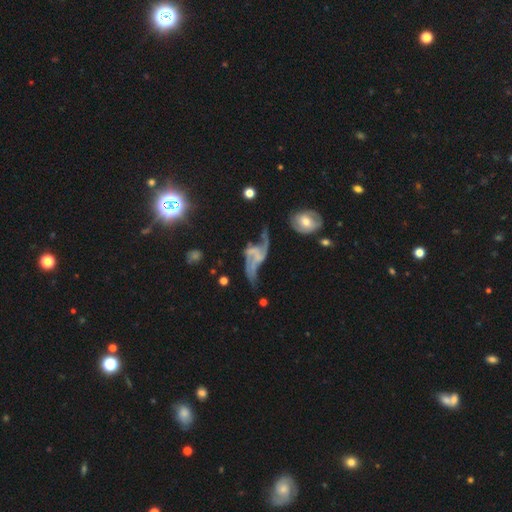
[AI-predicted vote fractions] Q: Smooth or featured?
A: featured or disk (81%); runner-up: smooth (10%)
Q: Edge-on disk?
A: no (95%); runner-up: yes (5%)
Q: Bar?
A: no (54%); runner-up: weak (31%)
Q: Spiral arms?
A: yes (89%); runner-up: no (11%)
Q: Spiral winding?
A: loose (80%); runner-up: medium (15%)
Q: Spiral arm count?
A: 2 (80%); runner-up: 3 (6%)
Q: Bulge size?
A: none (60%); runner-up: small (27%)
Q: Merging?
A: none (37%); runner-up: major disturbance (34%)